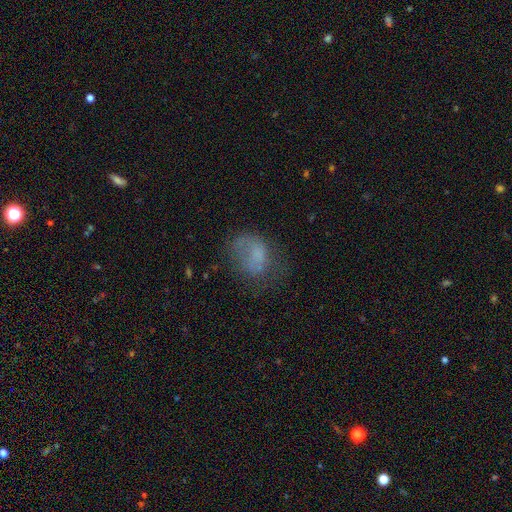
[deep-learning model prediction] A smooth galaxy with no disk features (60%) that is in between round and cigar-shaped (62%). Merging: none (35%, tied with major disturbance).